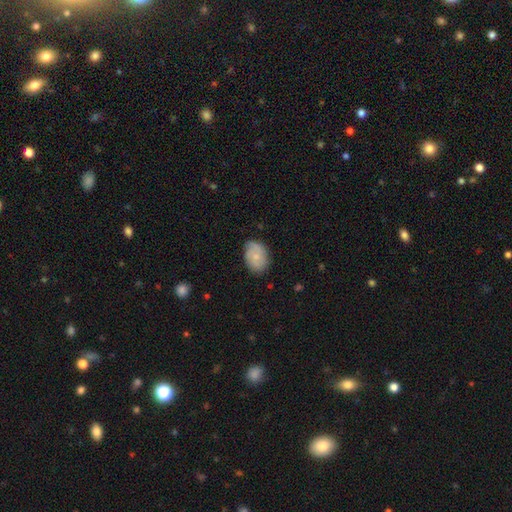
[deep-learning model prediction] Smooth or featured?
  - smooth: 57% *
  - featured or disk: 36%
  - star or artifact: 7%
How rounded?
  - in between: 74% *
  - round: 25%
  - cigar-shaped: 1%
Merging?
  - none: 66% *
  - minor disturbance: 26%
  - major disturbance: 7%
  - merger: 1%